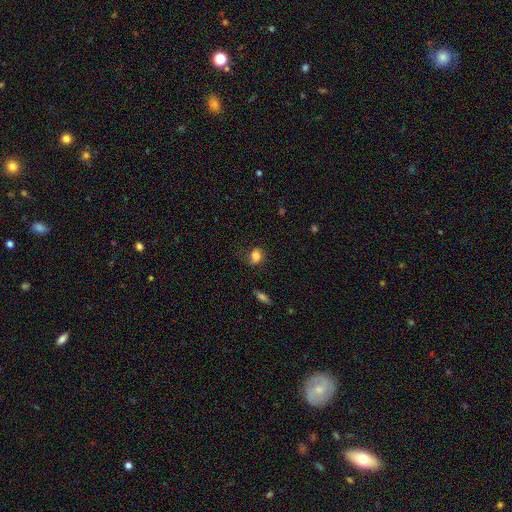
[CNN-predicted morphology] smooth-or-featured: smooth: 77% | featured or disk: 13% | star or artifact: 10%
  how-rounded: in between: 64% | round: 34% | cigar-shaped: 2%
  merging: none: 61% | minor disturbance: 25% | major disturbance: 11% | merger: 2%